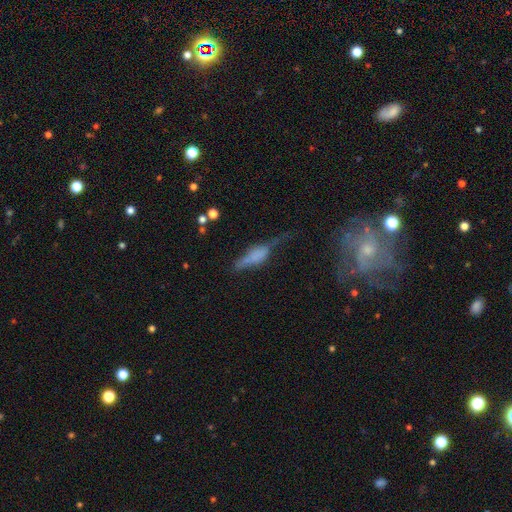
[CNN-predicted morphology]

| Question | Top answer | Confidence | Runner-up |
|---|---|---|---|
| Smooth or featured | featured or disk | 46% | smooth (43%) |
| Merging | major disturbance | 34% | none (31%) |